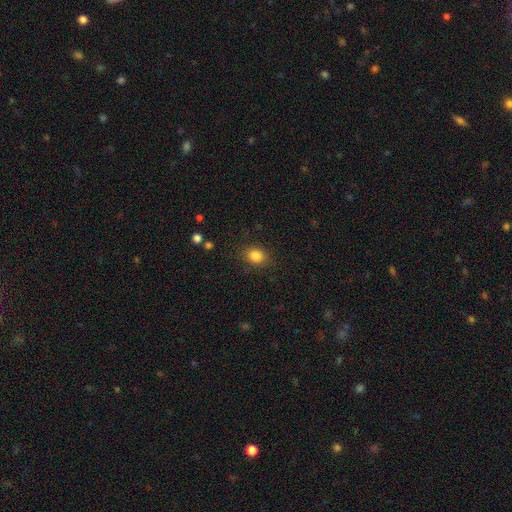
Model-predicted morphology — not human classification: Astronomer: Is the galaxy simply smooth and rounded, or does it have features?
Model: smooth — 84%.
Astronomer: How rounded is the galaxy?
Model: in between — 51% (runner-up: round, 48%).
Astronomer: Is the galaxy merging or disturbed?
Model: none — 85%.